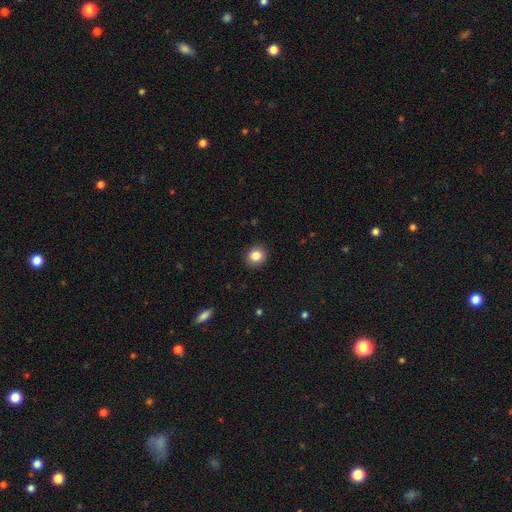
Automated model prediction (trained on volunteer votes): Smooth or featured? smooth (85%)
How rounded? round (77%)
Merging? none (90%)